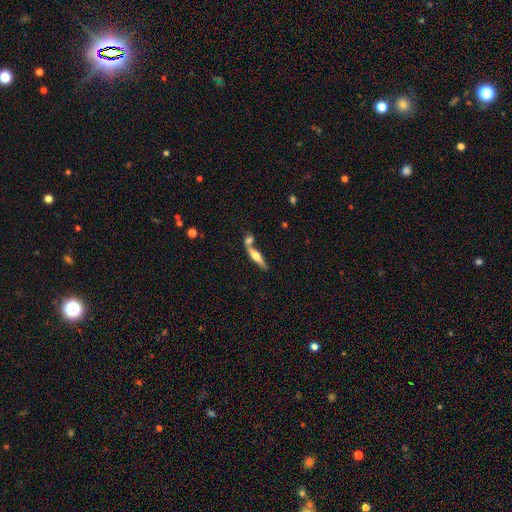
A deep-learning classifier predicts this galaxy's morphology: featured or disk 58%, smooth 36%, star or artifact 6%. Down the decision tree: edge-on disk — yes (94%); edge-on bulge — rounded (91%); merging — none (54%).